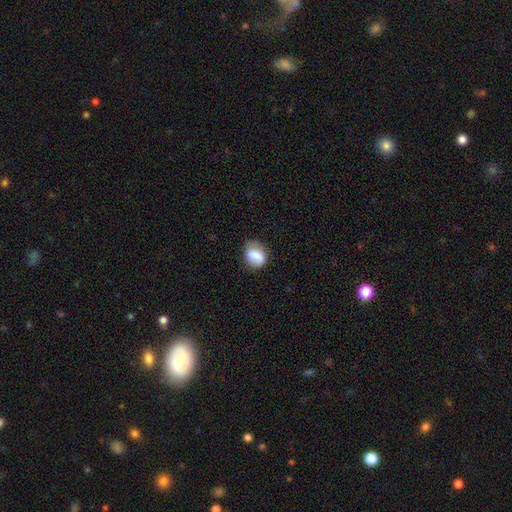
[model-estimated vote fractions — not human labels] This appears to be a smooth galaxy with no disk features (71%) that is round (50%). Merging: none (66%).